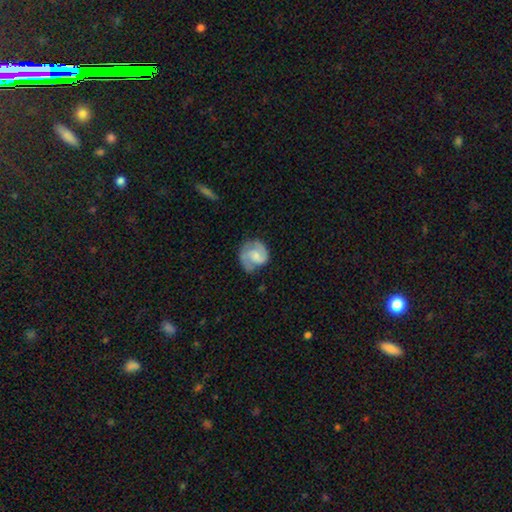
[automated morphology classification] type=featured or disk (70%); edge-on=no (98%); bar=no (51%); spiral arms=yes (94%); winding=medium (47%); arm count=2 (78%); bulge=small (40%); merging=none (64%).